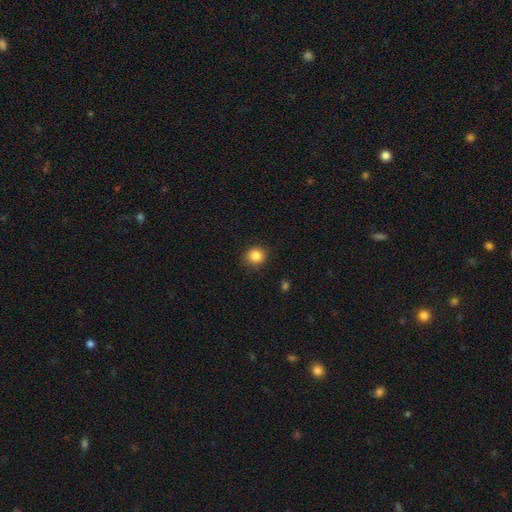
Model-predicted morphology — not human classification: This is clearly a smooth galaxy (86%). How rounded: likely round (80%). Merging: clearly none (85%).